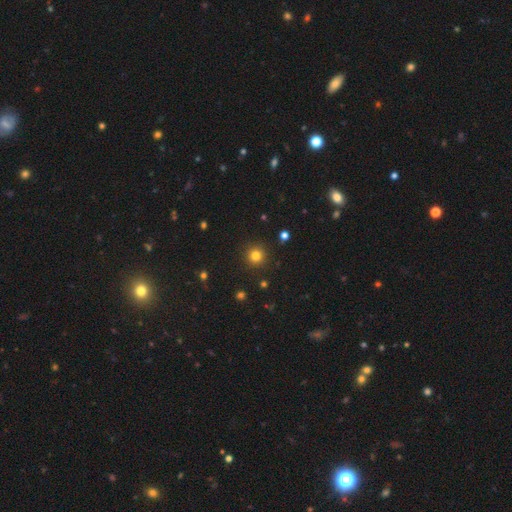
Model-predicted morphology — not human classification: smooth 80%, star or artifact 15%, featured or disk 5%. Down the decision tree: how rounded — round (95%); merging — none (92%).